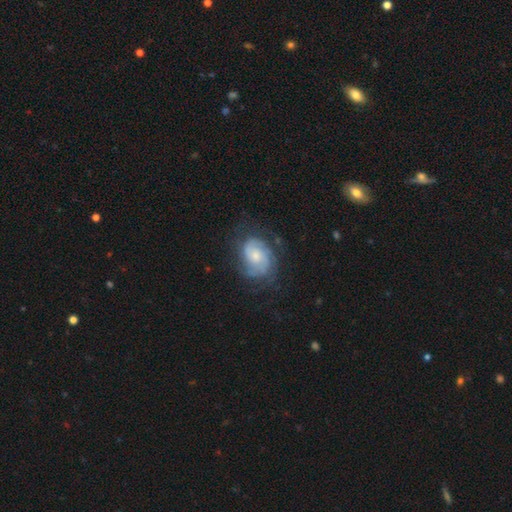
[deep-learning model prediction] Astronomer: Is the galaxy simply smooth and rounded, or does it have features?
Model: featured or disk — 72%.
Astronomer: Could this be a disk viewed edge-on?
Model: no — 98%.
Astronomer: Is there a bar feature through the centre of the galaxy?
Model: no — 70%.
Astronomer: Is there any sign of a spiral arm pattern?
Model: yes — 91%.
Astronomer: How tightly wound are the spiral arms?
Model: tight — 51% (runner-up: medium, 36%).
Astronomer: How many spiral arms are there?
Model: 2 — 40% (runner-up: can't tell, 31%).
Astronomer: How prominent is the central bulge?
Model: moderate — 45% (runner-up: small, 44%).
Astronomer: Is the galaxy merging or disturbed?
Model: none — 64%.